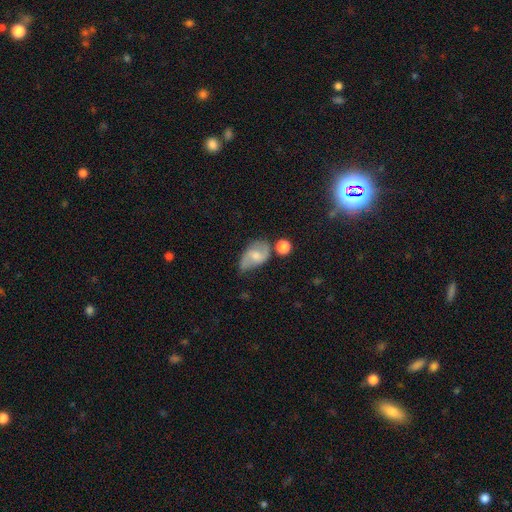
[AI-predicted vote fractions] A featured or disk galaxy (50%).

Vote fractions:
- Smooth or featured? featured or disk: 50% / smooth: 42% / star or artifact: 8%
- Merging? none: 47% / minor disturbance: 30% / major disturbance: 12% / merger: 11%